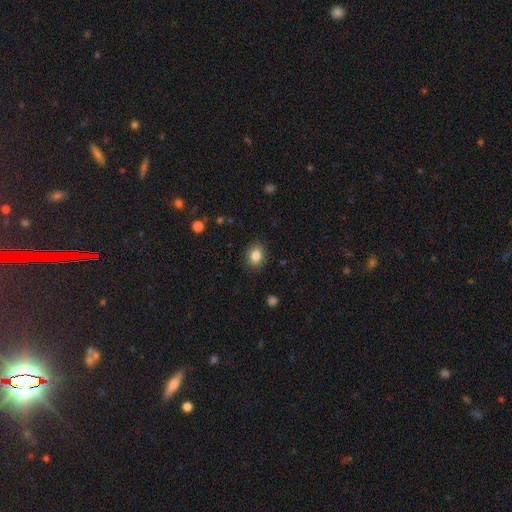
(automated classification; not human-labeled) Overall: smooth (82%). How rounded: round (53%; in between 46%). Merging: none (86%).